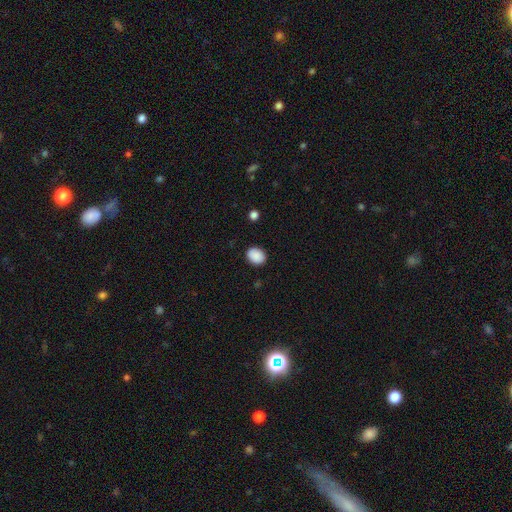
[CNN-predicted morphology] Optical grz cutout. It shows a smooth galaxy with no disk features (89%) that is in between round and cigar-shaped (54%). Merging: none (87%).